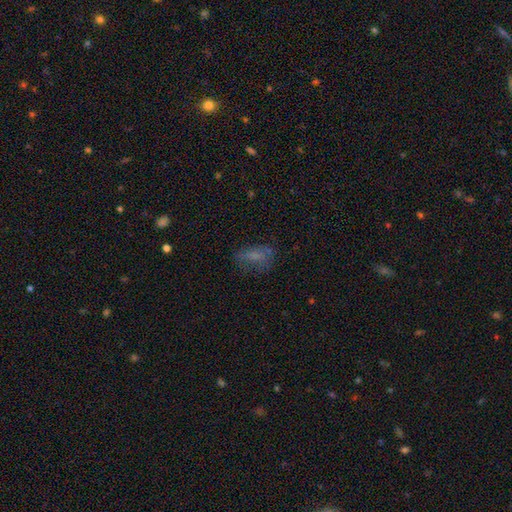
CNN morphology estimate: Smooth or featured? smooth (59%)
How rounded? in between (77%)
Merging? none (53%)